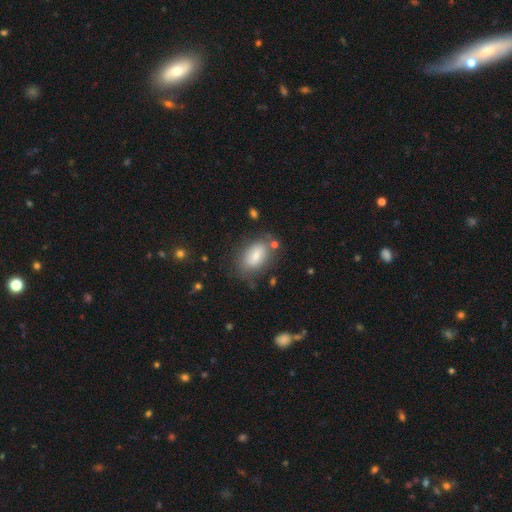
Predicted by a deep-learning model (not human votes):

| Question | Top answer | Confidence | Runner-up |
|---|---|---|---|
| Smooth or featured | smooth | 75% | featured or disk (17%) |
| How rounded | in between | 89% | round (8%) |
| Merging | none | 66% | minor disturbance (21%) |